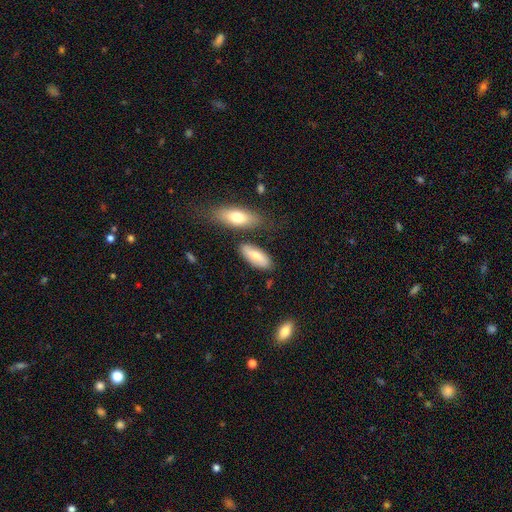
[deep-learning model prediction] Smooth or featured? smooth (67%)
How rounded? in between (77%)
Merging? none (73%)